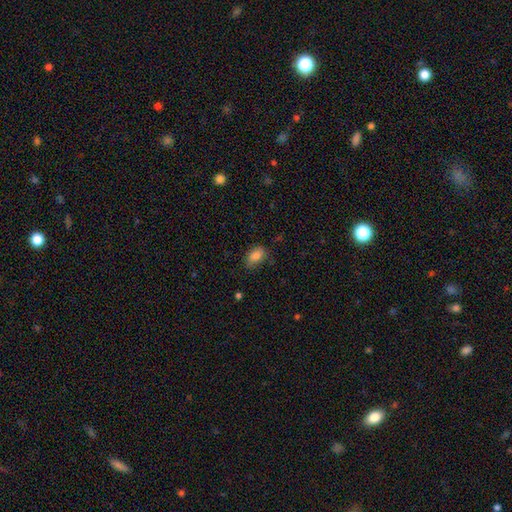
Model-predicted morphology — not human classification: Q: Smooth or featured?
A: smooth (84%); runner-up: star or artifact (8%)
Q: How rounded?
A: in between (88%); runner-up: round (10%)
Q: Merging?
A: none (73%); runner-up: minor disturbance (21%)